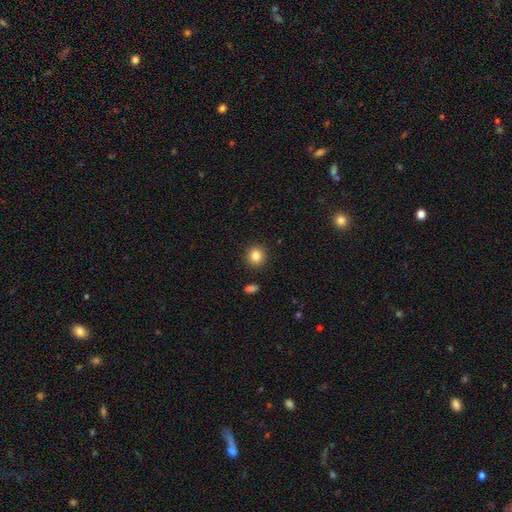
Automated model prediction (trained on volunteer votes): Overall: smooth (84%). How rounded: round (90%). Merging: none (91%).